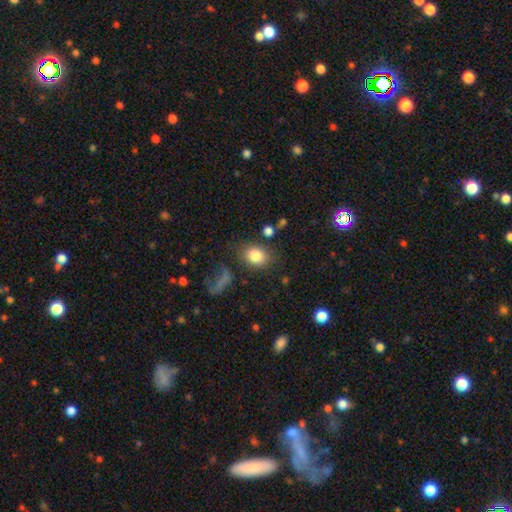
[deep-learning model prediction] smooth 83%, star or artifact 9%, featured or disk 9%. Down the decision tree: how rounded — in between (63%); merging — none (75%).